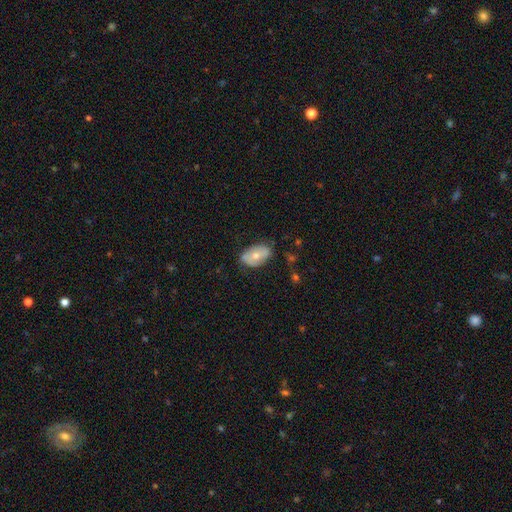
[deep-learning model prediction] smooth_or_featured: smooth (p=0.56) [alt: featured or disk p=0.37]
how_rounded: in between (p=0.89) [alt: round p=0.10]
merging: none (p=0.69) [alt: minor disturbance p=0.23]